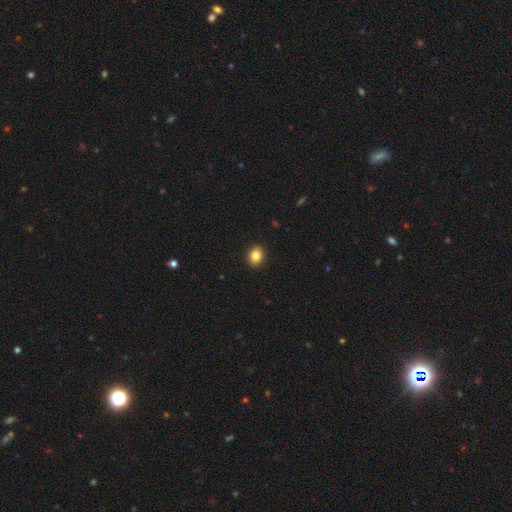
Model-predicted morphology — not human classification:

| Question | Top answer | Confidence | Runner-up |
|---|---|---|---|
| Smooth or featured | smooth | 84% | star or artifact (9%) |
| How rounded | round | 50% | in between (49%) |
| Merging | none | 92% | minor disturbance (6%) |